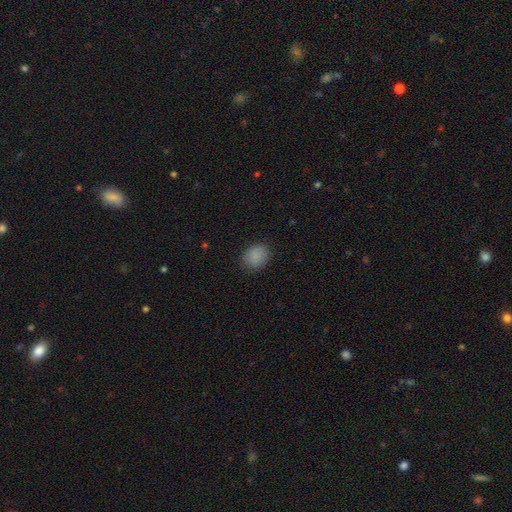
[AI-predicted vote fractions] A smooth galaxy with no disk features (88%) that is in between round and cigar-shaped (55%). Merging: none (84%).